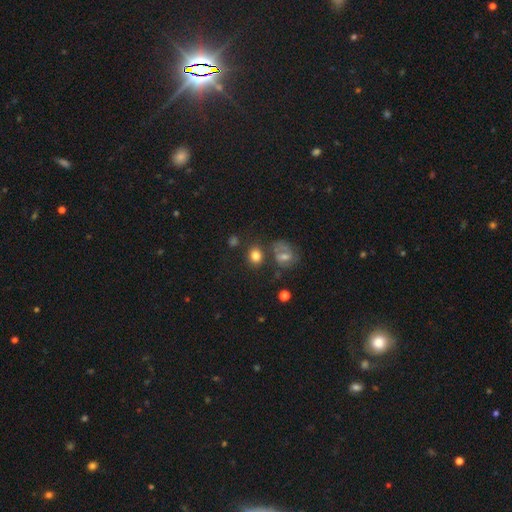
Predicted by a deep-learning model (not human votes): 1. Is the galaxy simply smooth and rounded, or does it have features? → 78% smooth, 12% featured or disk, 10% star or artifact.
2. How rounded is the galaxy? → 68% round, 31% in between, 1% cigar-shaped.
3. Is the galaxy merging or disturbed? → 67% none, 13% minor disturbance, 13% merger, 6% major disturbance.